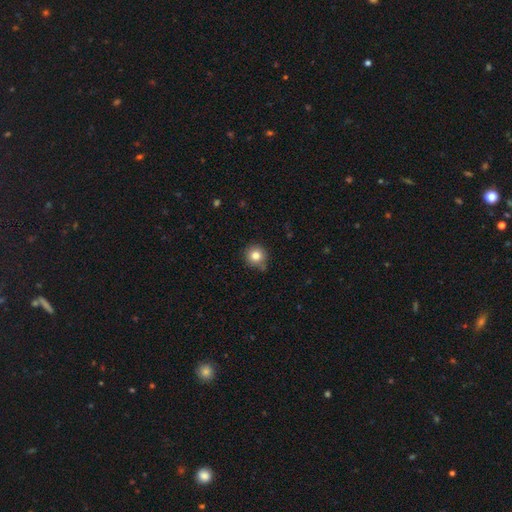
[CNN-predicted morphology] A smooth galaxy with no disk features (82%) that is round (92%). Merging: none (81%).